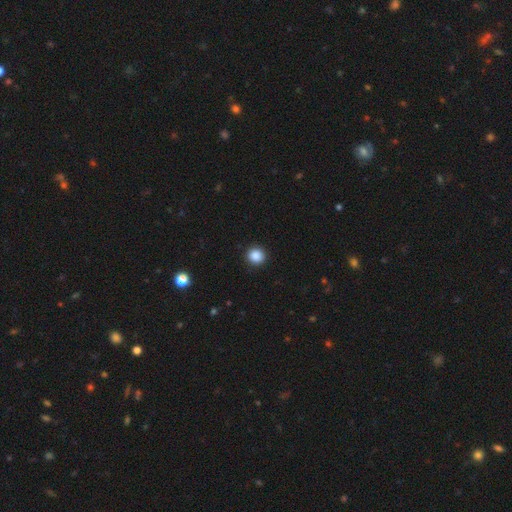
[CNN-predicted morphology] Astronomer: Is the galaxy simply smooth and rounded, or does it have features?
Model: smooth — 88%.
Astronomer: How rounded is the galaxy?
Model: round — 92%.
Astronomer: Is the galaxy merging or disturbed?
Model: none — 91%.